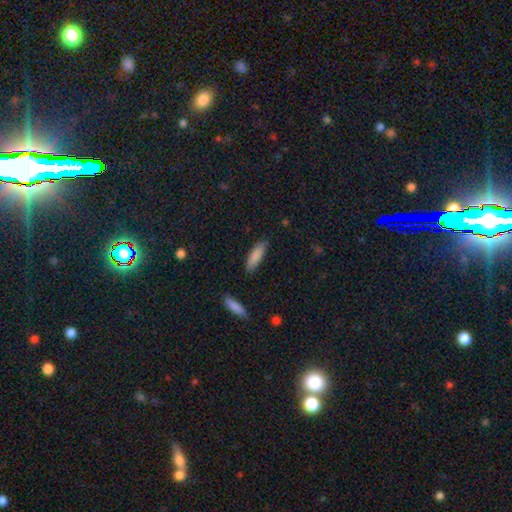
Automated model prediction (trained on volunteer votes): smooth 87%, featured or disk 7%, star or artifact 6%. Down the decision tree: how rounded — cigar-shaped (51%); merging — none (86%).